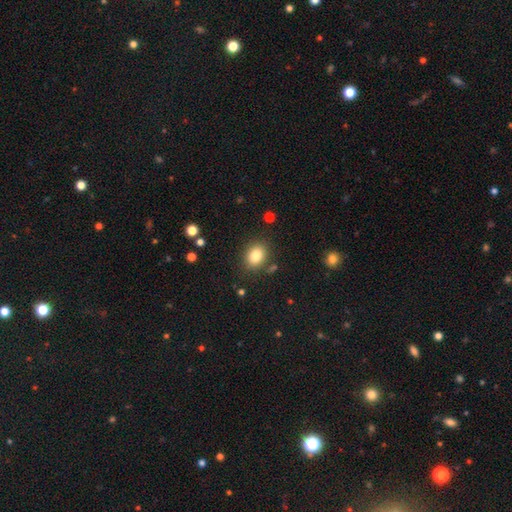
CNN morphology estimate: Q: Smooth or featured?
A: smooth (83%); runner-up: star or artifact (10%)
Q: How rounded?
A: in between (60%); runner-up: round (39%)
Q: Merging?
A: none (83%); runner-up: minor disturbance (10%)